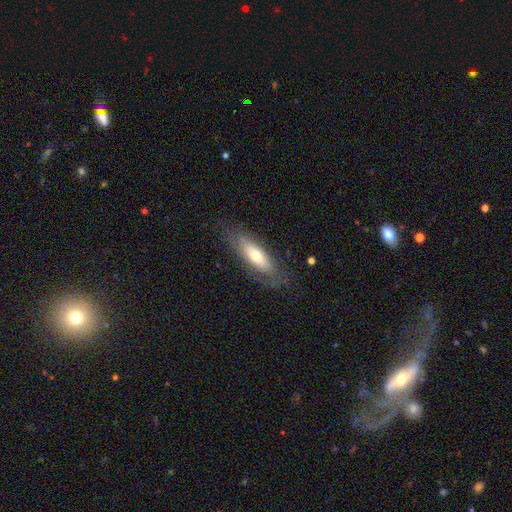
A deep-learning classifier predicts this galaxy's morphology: Overall: smooth (57%; featured or disk 36%). How rounded: in between (59%; cigar-shaped 39%). Merging: none (74%).